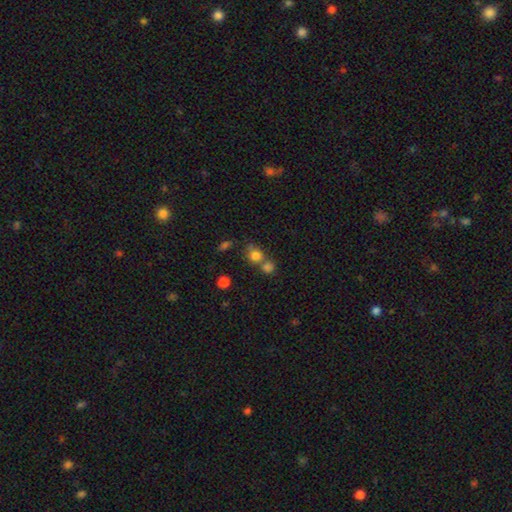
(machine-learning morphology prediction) smooth_or_featured: smooth (p=0.78) [alt: star or artifact p=0.14]
how_rounded: round (p=0.72) [alt: in between p=0.27]
merging: none (p=0.46) [alt: merger p=0.39]